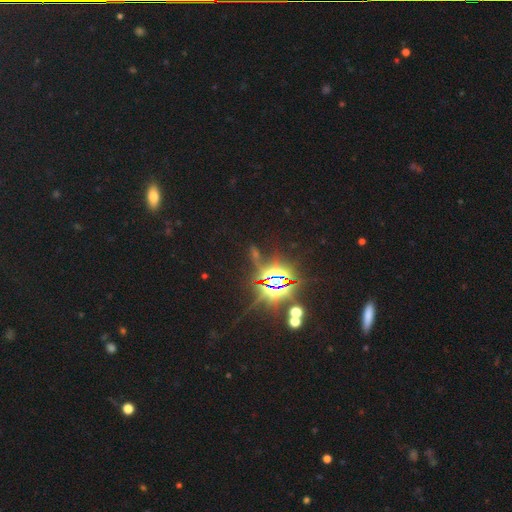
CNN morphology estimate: star or artifact 83%, featured or disk 9%, smooth 9%.